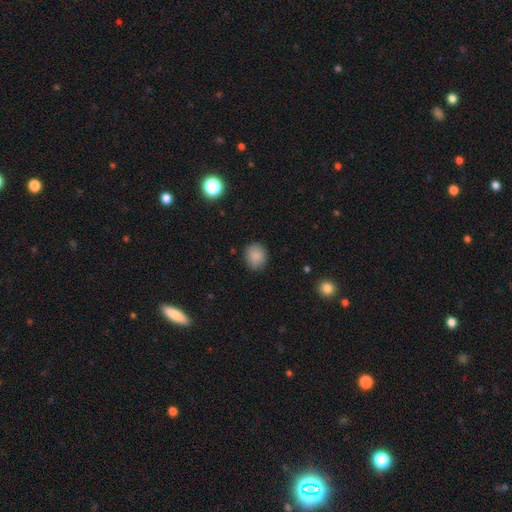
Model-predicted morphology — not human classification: This is clearly a smooth galaxy (87%). How rounded: likely round (80%). Merging: clearly none (87%).